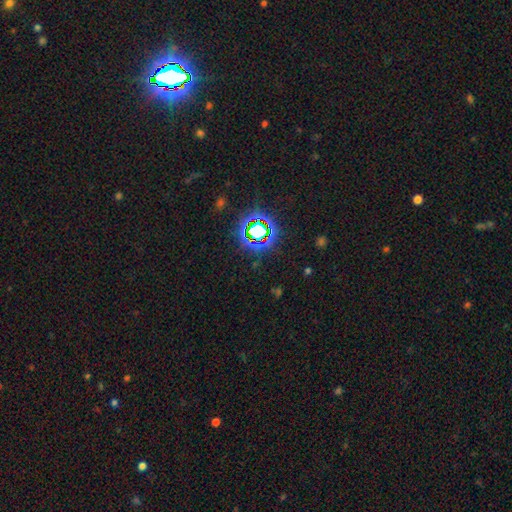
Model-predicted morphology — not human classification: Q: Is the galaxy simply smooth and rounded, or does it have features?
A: star or artifact — 79%.